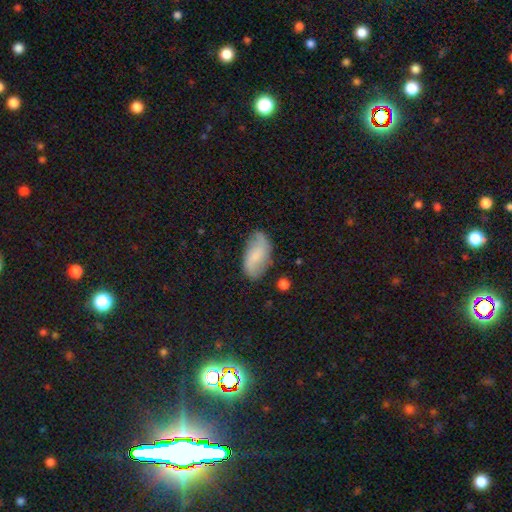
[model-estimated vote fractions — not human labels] A smooth galaxy with no disk features (49%).

Vote fractions:
- Smooth or featured? smooth: 49% / featured or disk: 42% / star or artifact: 8%
- Merging? none: 72% / minor disturbance: 21% / major disturbance: 5% / merger: 2%